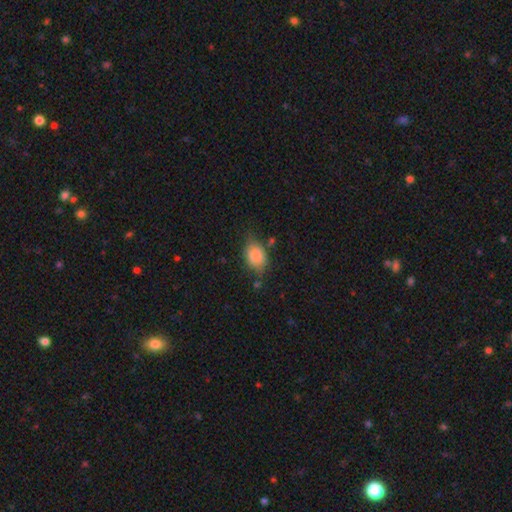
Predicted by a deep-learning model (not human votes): smooth_or_featured: smooth (p=0.83) [alt: featured or disk p=0.09]
how_rounded: in between (p=0.71) [alt: round p=0.27]
merging: none (p=0.59) [alt: minor disturbance p=0.28]